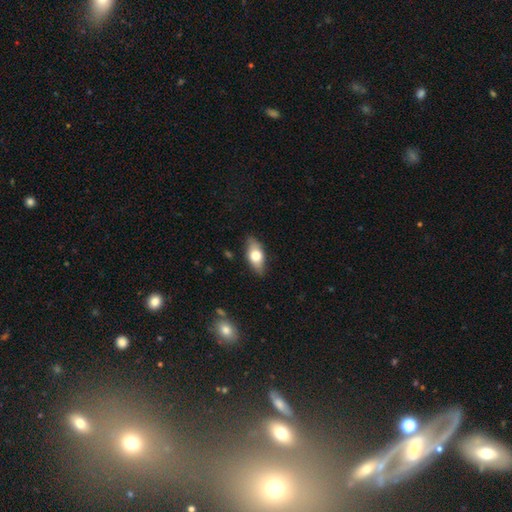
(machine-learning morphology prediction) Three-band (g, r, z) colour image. It shows a smooth galaxy with no disk features (65%) that is in between round and cigar-shaped (85%). Merging: none (82%).